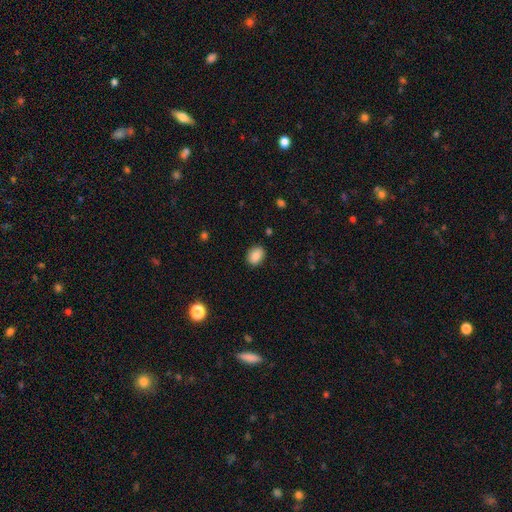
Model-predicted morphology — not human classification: A smooth galaxy with no disk features (87%) that is in between round and cigar-shaped (67%).

Vote fractions:
- Smooth or featured? smooth: 87% / star or artifact: 8% / featured or disk: 5%
- How rounded? in between: 67% / round: 32% / cigar-shaped: 1%
- Merging? none: 86% / minor disturbance: 10% / major disturbance: 2% / merger: 1%